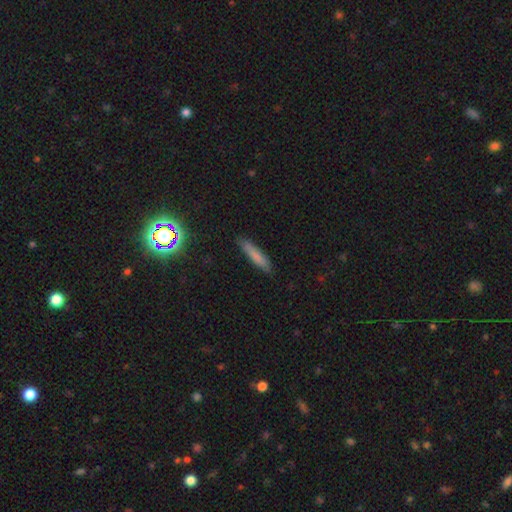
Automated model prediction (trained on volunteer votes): Smooth or featured? smooth (76%)
How rounded? cigar-shaped (86%)
Merging? none (83%)